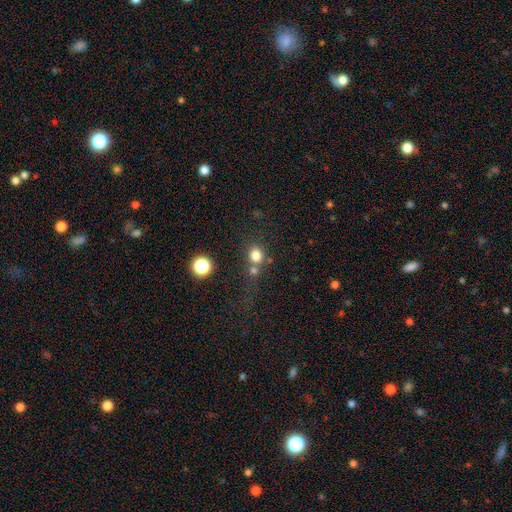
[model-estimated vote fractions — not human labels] The model was most divided on "merging": none: 61%, merger: 25%, minor disturbance: 9%, major disturbance: 5%. More confident: how rounded — round (81%); smooth or featured — smooth (78%).